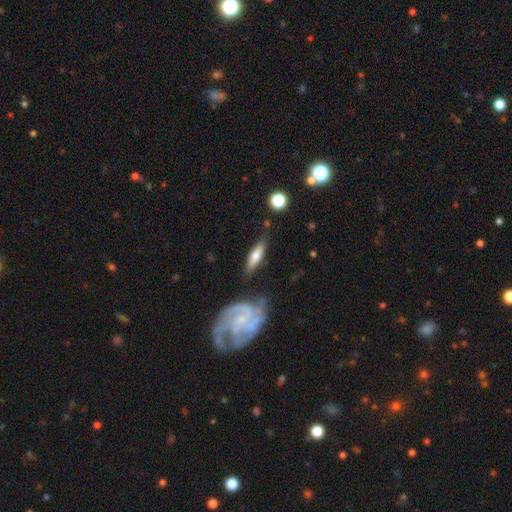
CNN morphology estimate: type=smooth (55%); roundness=cigar-shaped (60%); merging=none (70%).